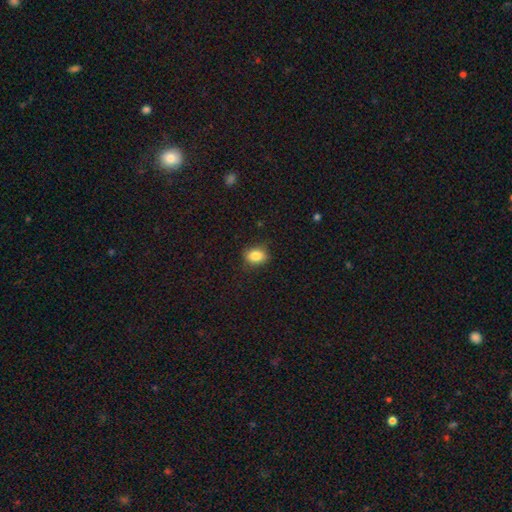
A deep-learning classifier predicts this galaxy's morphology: smooth-or-featured: smooth: 85% | star or artifact: 9% | featured or disk: 6%
  how-rounded: in between: 65% | round: 33% | cigar-shaped: 1%
  merging: none: 83% | minor disturbance: 13% | major disturbance: 3% | merger: 1%